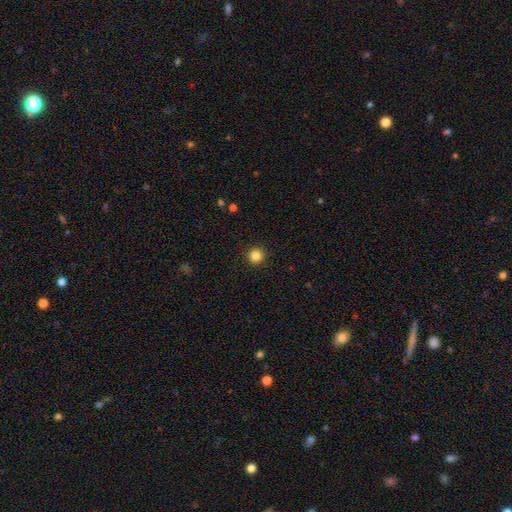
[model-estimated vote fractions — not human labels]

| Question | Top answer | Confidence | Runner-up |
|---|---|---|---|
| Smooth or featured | smooth | 84% | star or artifact (11%) |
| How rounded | round | 95% | in between (4%) |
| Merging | none | 92% | minor disturbance (5%) |